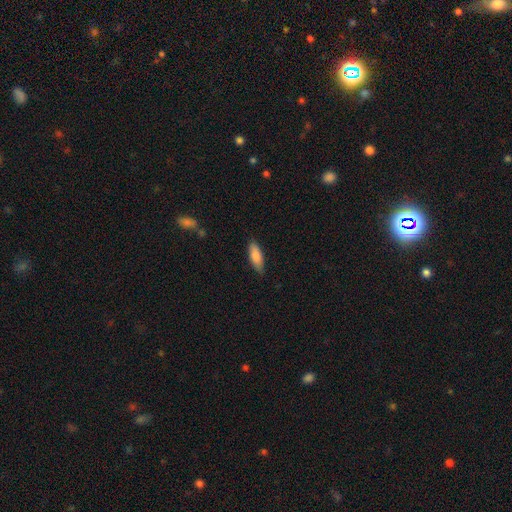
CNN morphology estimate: The model was most divided on "how rounded": in between: 68%, cigar-shaped: 30%, round: 2%. More confident: smooth or featured — smooth (84%); merging — none (84%).